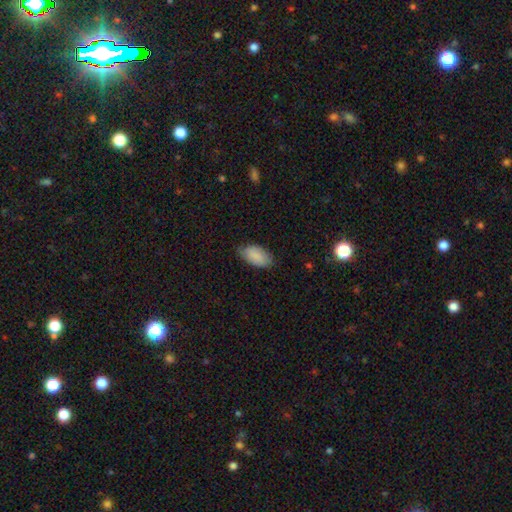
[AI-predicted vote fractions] Overall: smooth (86%). How rounded: in between (95%). Merging: none (69%).